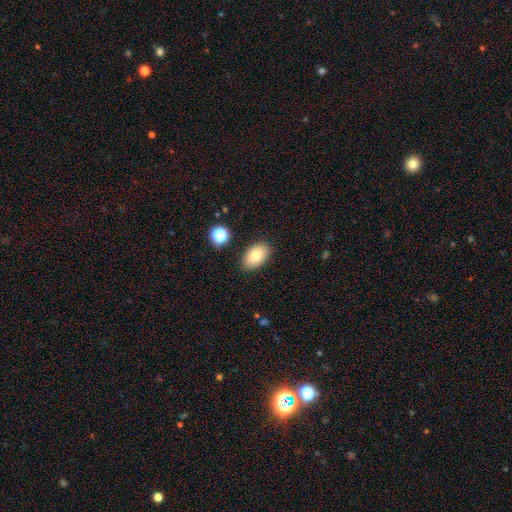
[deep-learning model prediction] A smooth galaxy with no disk features (81%) that is in between round and cigar-shaped (91%).

Vote fractions:
- Smooth or featured? smooth: 81% / featured or disk: 11% / star or artifact: 8%
- How rounded? in between: 91% / round: 7% / cigar-shaped: 1%
- Merging? none: 86% / minor disturbance: 10% / major disturbance: 2% / merger: 2%